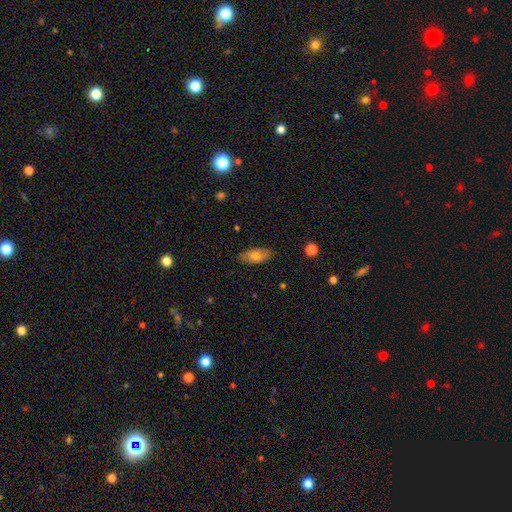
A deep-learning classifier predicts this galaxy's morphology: Smooth or featured?
  - smooth: 72% *
  - featured or disk: 21%
  - star or artifact: 7%
How rounded?
  - in between: 88% *
  - cigar-shaped: 9%
  - round: 3%
Merging?
  - none: 83% *
  - minor disturbance: 13%
  - major disturbance: 3%
  - merger: 1%